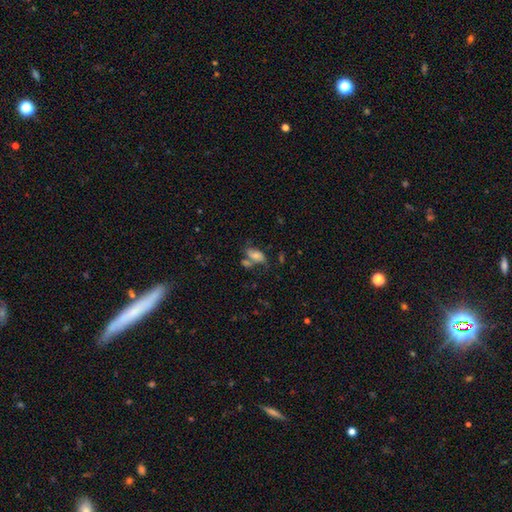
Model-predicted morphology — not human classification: Q: Smooth or featured?
A: smooth (56%); runner-up: featured or disk (34%)
Q: How rounded?
A: in between (88%); runner-up: round (8%)
Q: Merging?
A: none (34%); runner-up: merger (32%)